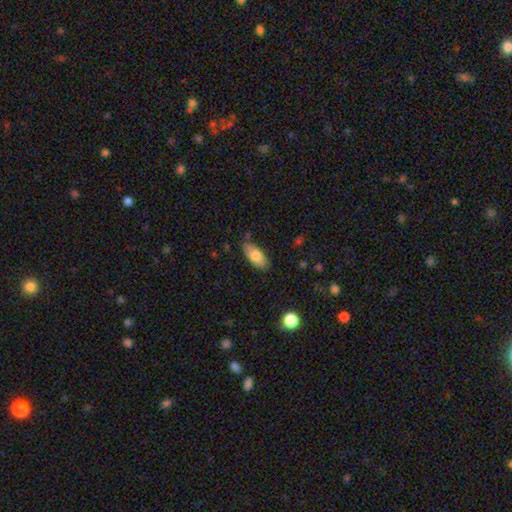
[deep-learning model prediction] This is likely a smooth galaxy (79%). How rounded: clearly in between (89%). Merging: likely none (78%).